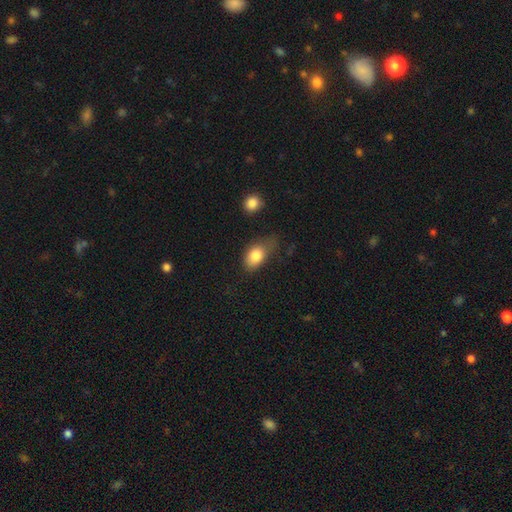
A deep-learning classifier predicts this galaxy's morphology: This appears to be a smooth galaxy with no disk features (82%) that is in between round and cigar-shaped (82%). Merging: none (44%).